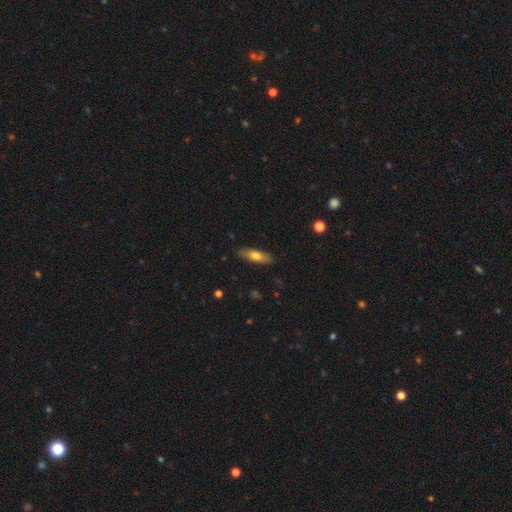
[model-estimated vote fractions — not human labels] smooth 68%, featured or disk 26%, star or artifact 6%. Down the decision tree: how rounded — in between (55%); merging — none (87%).